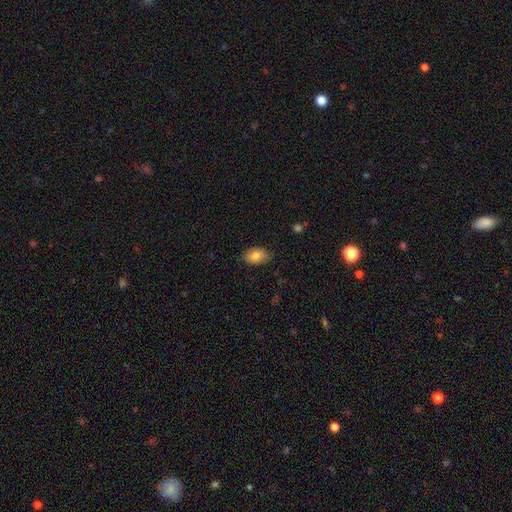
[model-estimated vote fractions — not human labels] smooth 82%, featured or disk 10%, star or artifact 7%. Down the decision tree: how rounded — in between (87%); merging — none (81%).